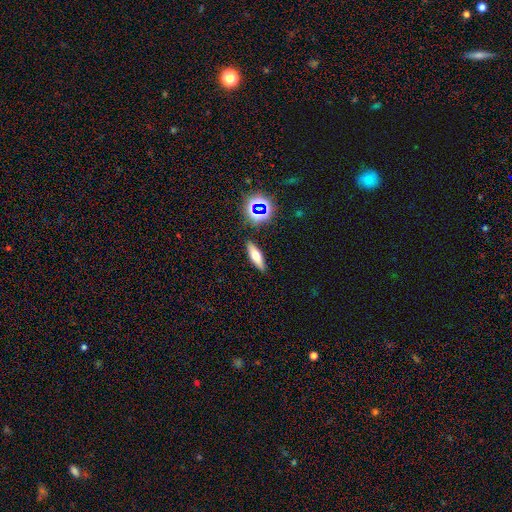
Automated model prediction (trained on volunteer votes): Smooth or featured?
  - smooth: 56% *
  - featured or disk: 31%
  - star or artifact: 13%
How rounded?
  - cigar-shaped: 55% *
  - in between: 40%
  - round: 5%
Merging?
  - none: 87% *
  - minor disturbance: 8%
  - major disturbance: 2%
  - merger: 2%